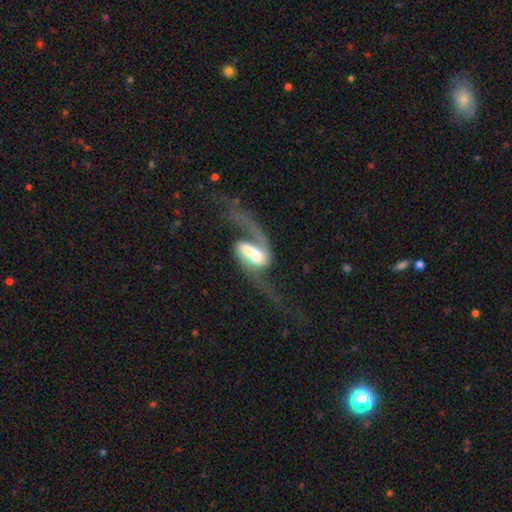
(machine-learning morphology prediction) The model was most divided on "bar": strong: 38%, weak: 34%, no: 28%. Remaining: edge-on disk — no (94%); spiral arms — yes (90%); spiral winding — loose (85%); spiral arm count — 2 (85%); smooth or featured — featured or disk (78%); merging — major disturbance (38%); bulge size — large (37%).